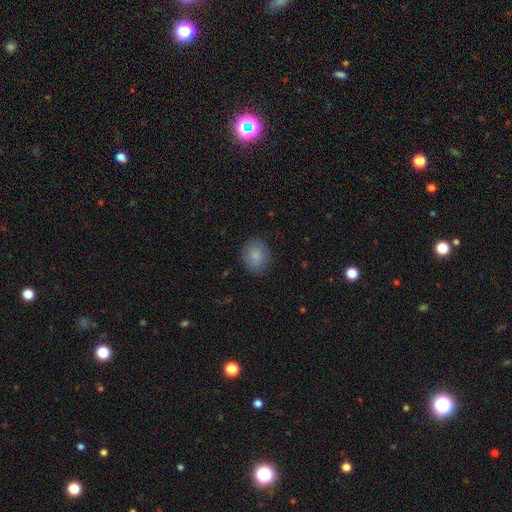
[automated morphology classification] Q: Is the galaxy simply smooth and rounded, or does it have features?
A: smooth — 85%.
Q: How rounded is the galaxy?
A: round — 65%.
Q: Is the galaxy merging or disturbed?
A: none — 84%.